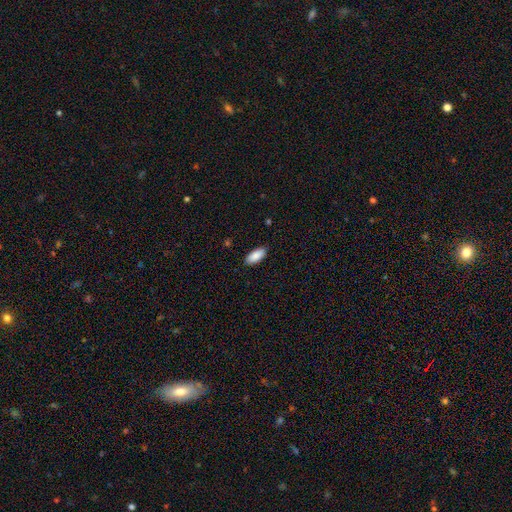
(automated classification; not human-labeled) Morphology: type=smooth (89%); roundness=in between (87%); merging=none (88%).